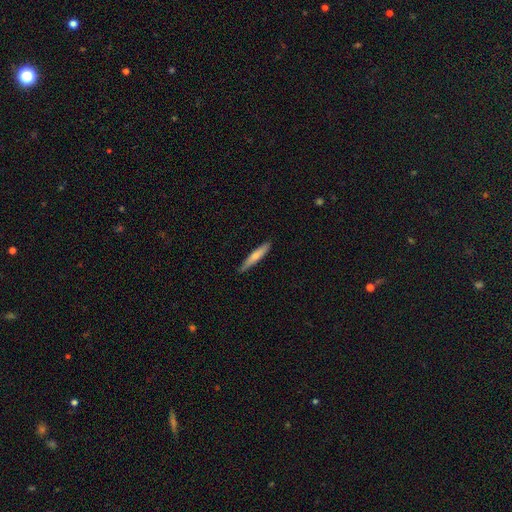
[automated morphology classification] A smooth galaxy with no disk features (63%) that is cigar-shaped (92%). Merging: none (87%).